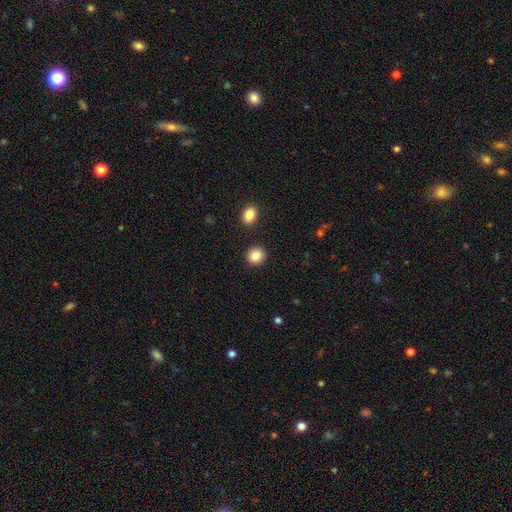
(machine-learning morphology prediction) Smooth or featured?
  - smooth: 87% *
  - star or artifact: 9%
  - featured or disk: 5%
How rounded?
  - round: 81% *
  - in between: 18%
  - cigar-shaped: 1%
Merging?
  - none: 89% *
  - minor disturbance: 6%
  - merger: 3%
  - major disturbance: 2%